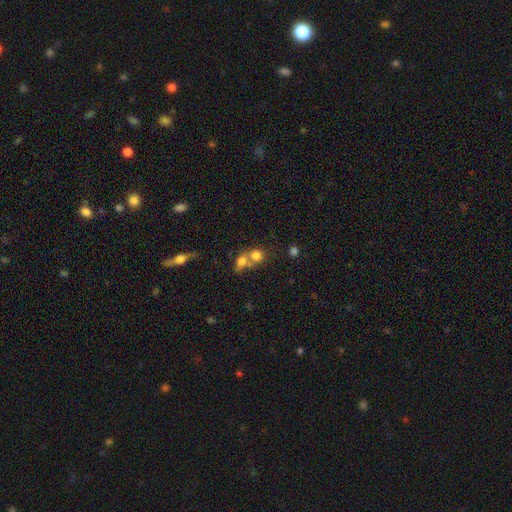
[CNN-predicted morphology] type=smooth (74%); roundness=round (76%); merging=merger (57%).